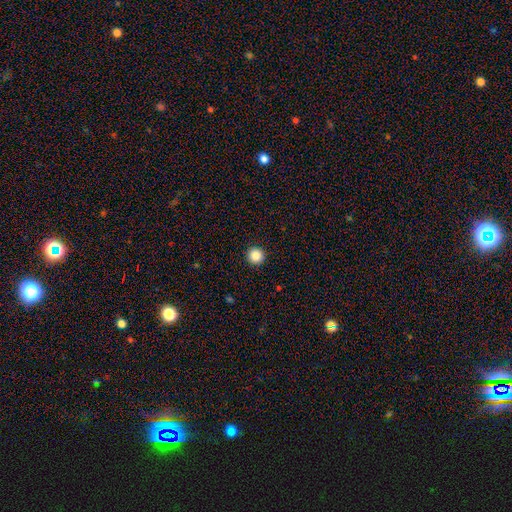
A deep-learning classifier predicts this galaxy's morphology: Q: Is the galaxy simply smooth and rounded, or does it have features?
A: smooth — 87%.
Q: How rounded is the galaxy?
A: round — 96%.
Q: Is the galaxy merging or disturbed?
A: none — 94%.